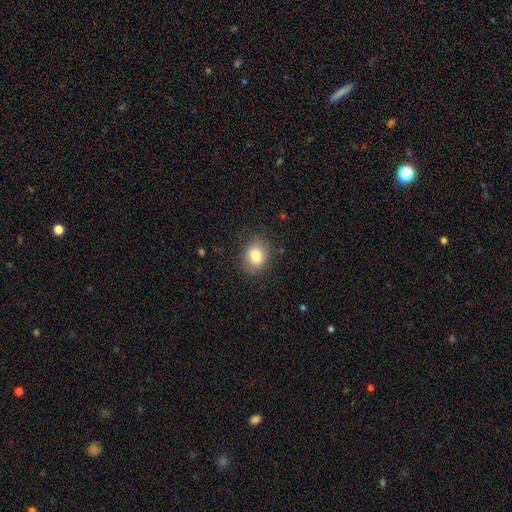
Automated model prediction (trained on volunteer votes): This appears to be a smooth galaxy with no disk features (83%) that is in between round and cigar-shaped (58%). Merging: none (79%).